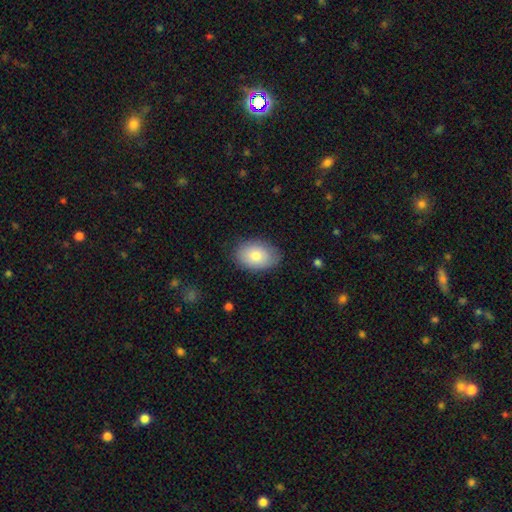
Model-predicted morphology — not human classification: smooth 81%, featured or disk 12%, star or artifact 7%. Down the decision tree: how rounded — in between (83%); merging — none (82%).